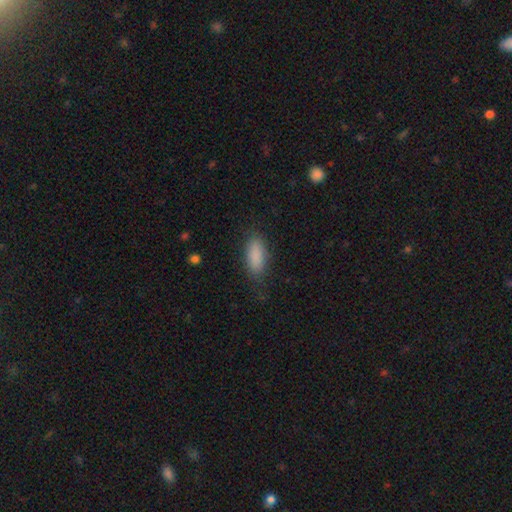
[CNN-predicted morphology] type=smooth (88%); roundness=in between (76%); merging=none (81%).